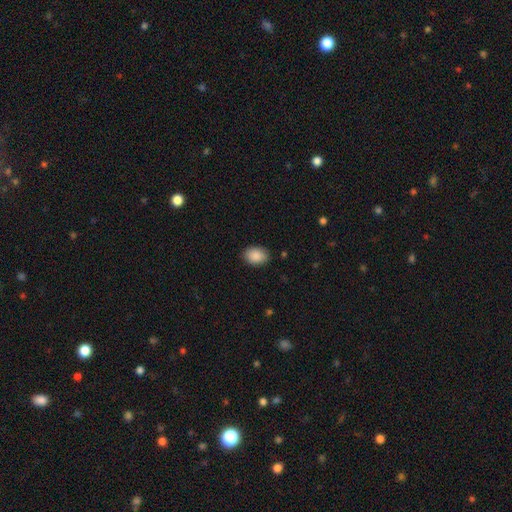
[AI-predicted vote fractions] A smooth galaxy with no disk features (89%) that is in between round and cigar-shaped (77%). Merging: none (87%).